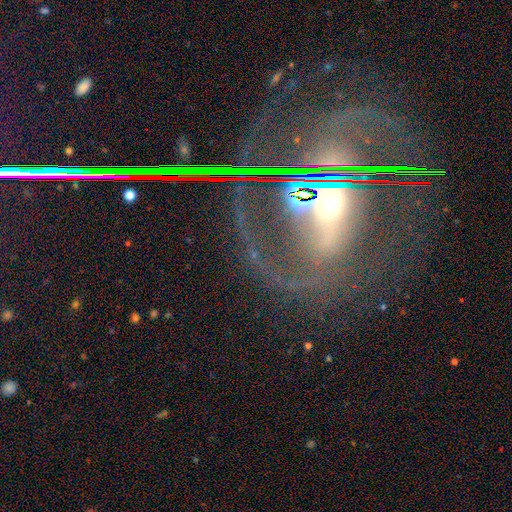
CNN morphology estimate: A featured or disk galaxy (78%) with a strong bar (59%), 2 (66%) medium (43%) spiral arms (82%) and a moderate central bulge (61%). Merging: none (64%).